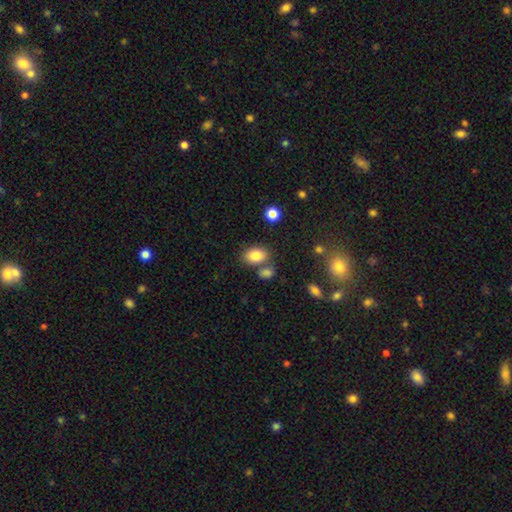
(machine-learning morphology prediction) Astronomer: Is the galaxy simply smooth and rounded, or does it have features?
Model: smooth — 83%.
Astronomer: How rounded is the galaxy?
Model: in between — 78%.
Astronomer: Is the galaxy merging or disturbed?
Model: none — 64%.